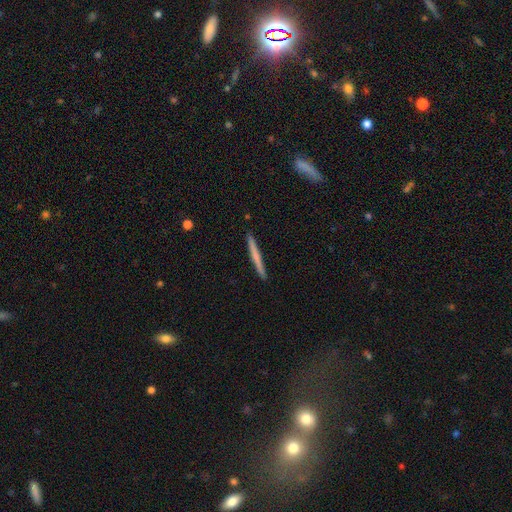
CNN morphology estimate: type=smooth (58%); roundness=cigar-shaped (97%); merging=none (92%).